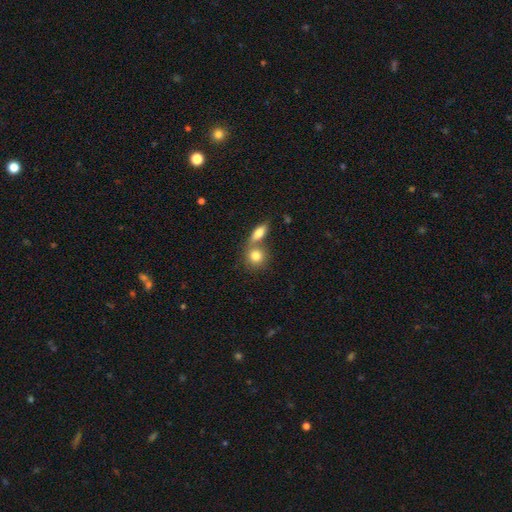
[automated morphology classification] Smooth or featured: smooth — 81% (featured or disk — 11%)
How rounded: round — 71% (in between — 27%)
Merging: merger — 47% (none — 42%)